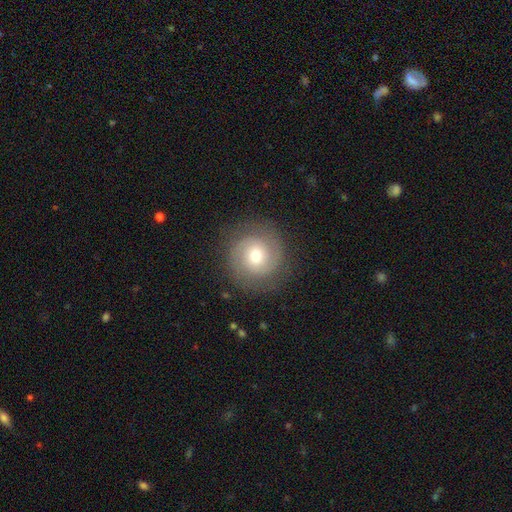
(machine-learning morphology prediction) smooth_or_featured: featured or disk (p=0.63) [alt: smooth p=0.28]
disk_edge_on: no (p=0.98) [alt: yes p=0.02]
bar: no (p=0.65) [alt: weak p=0.29]
has_spiral_arms: yes (p=0.90) [alt: no p=0.10]
spiral_winding: tight (p=0.57) [alt: medium p=0.33]
spiral_arm_count: 2 (p=0.78) [alt: can't tell p=0.10]
bulge_size: moderate (p=0.60) [alt: small p=0.31]
merging: none (p=0.84) [alt: minor disturbance p=0.10]